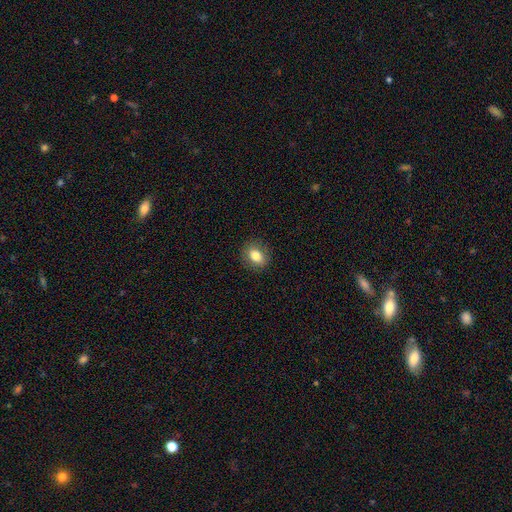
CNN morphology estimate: smooth-or-featured: smooth: 79% | featured or disk: 12% | star or artifact: 9%
  how-rounded: in between: 56% | round: 42% | cigar-shaped: 1%
  merging: none: 87% | minor disturbance: 9% | major disturbance: 3% | merger: 1%